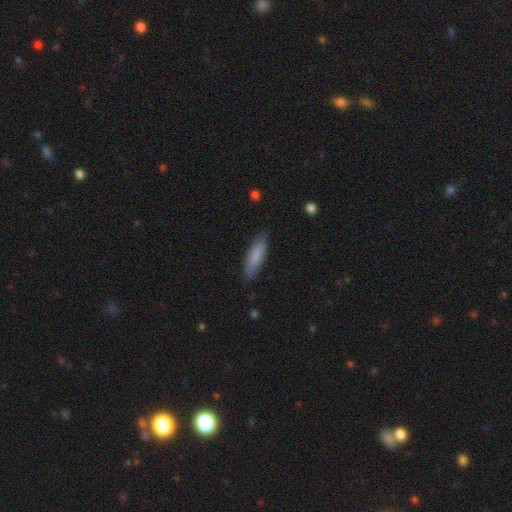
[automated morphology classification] A smooth galaxy with no disk features (76%) that is cigar-shaped (63%).

Vote fractions:
- Smooth or featured? smooth: 76% / featured or disk: 18% / star or artifact: 6%
- How rounded? cigar-shaped: 63% / in between: 36% / round: 1%
- Merging? none: 84% / minor disturbance: 13% / major disturbance: 2% / merger: 1%